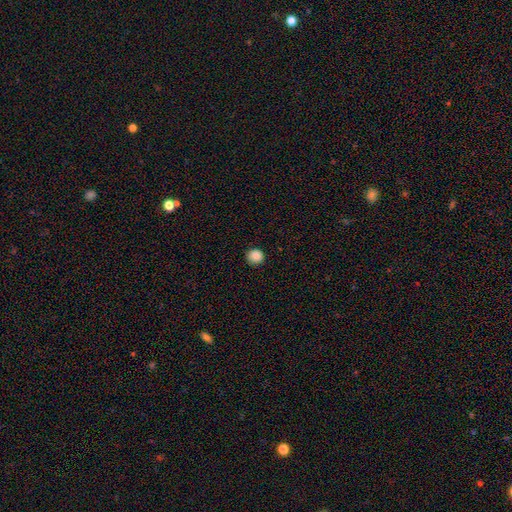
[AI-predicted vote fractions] Smooth or featured: smooth — 88% (star or artifact — 10%)
How rounded: round — 92% (in between — 7%)
Merging: none — 91% (minor disturbance — 6%)